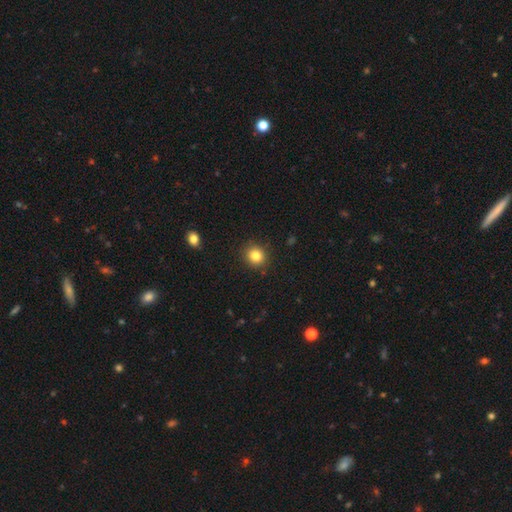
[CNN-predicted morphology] This is clearly a smooth galaxy (83%). How rounded: clearly round (83%). Merging: clearly none (90%).